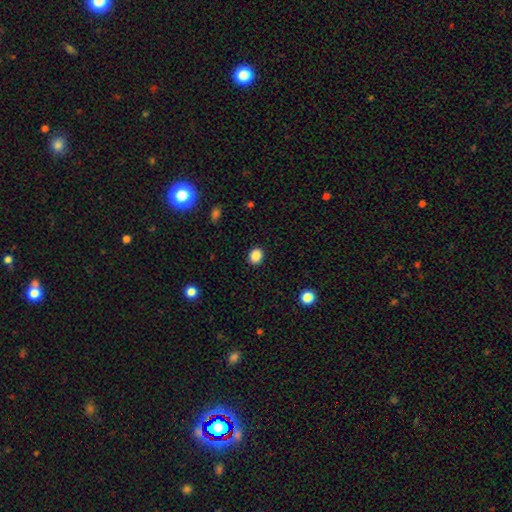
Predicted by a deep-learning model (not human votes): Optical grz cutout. It shows a smooth galaxy with no disk features (87%) that is round (60%). Merging: none (90%).